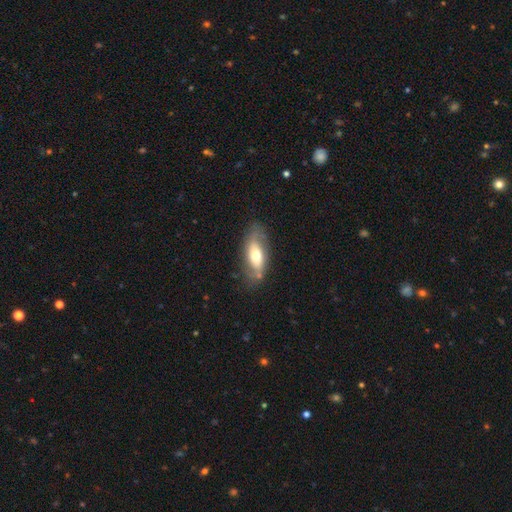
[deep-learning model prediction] Q: Smooth or featured?
A: smooth (49%); runner-up: featured or disk (44%)
Q: Merging?
A: none (66%); runner-up: minor disturbance (22%)